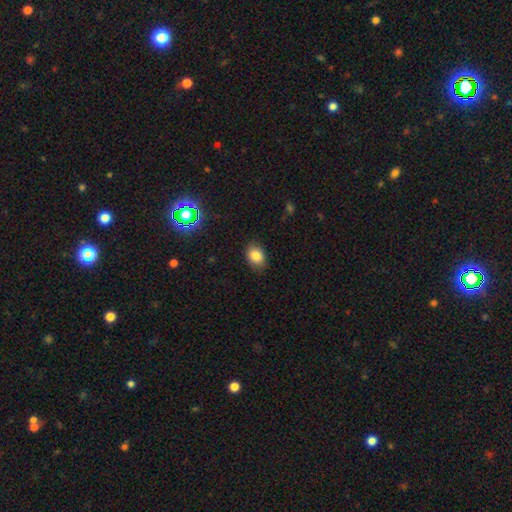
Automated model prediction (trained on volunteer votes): Smooth or featured? smooth (83%)
How rounded? in between (68%)
Merging? none (83%)